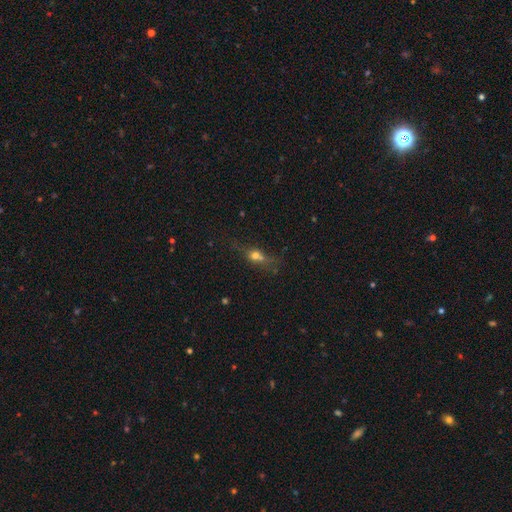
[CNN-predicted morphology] smooth_or_featured: smooth (p=0.58) [alt: featured or disk p=0.24]
how_rounded: round (p=0.50) [alt: in between p=0.38]
merging: merger (p=0.41) [alt: none p=0.34]